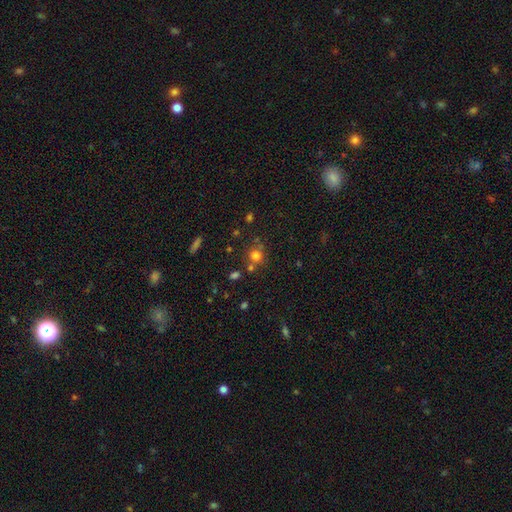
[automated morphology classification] Overall: smooth (72%). How rounded: round (87%). Merging: none (67%).